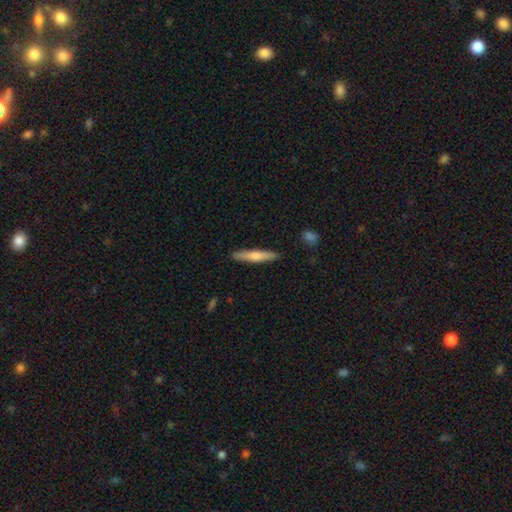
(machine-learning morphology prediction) This is likely a smooth galaxy (64%). How rounded: clearly cigar-shaped (89%). Merging: clearly none (89%).